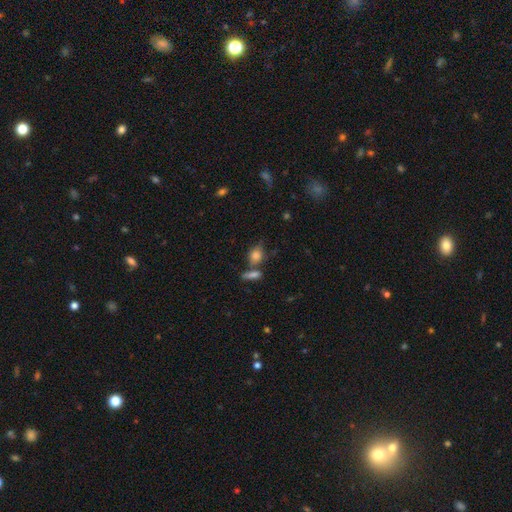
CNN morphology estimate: The model was most divided on "how rounded": in between: 52%, round: 42%, cigar-shaped: 6%. More confident: smooth or featured — smooth (76%); merging — none (51%).